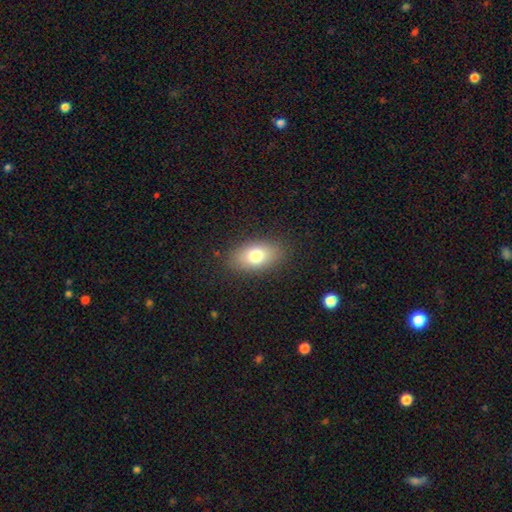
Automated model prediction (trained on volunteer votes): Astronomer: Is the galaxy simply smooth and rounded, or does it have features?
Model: smooth — 76%.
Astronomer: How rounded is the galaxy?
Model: in between — 89%.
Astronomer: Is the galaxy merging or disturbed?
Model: none — 86%.